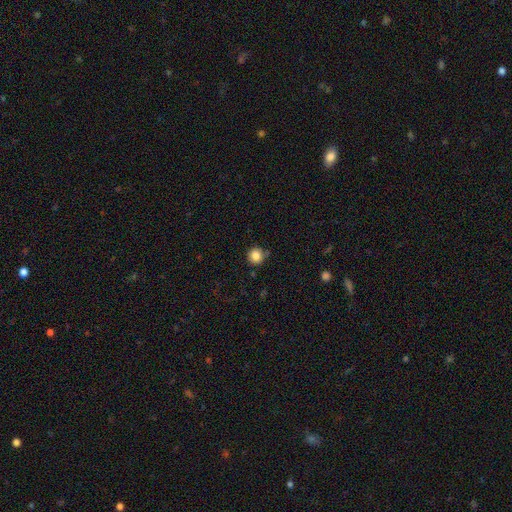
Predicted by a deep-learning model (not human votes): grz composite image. It shows a smooth galaxy with no disk features (84%) that is round (93%). Merging: none (82%).